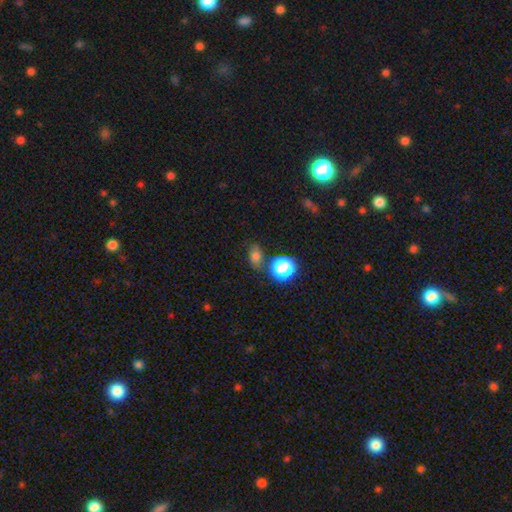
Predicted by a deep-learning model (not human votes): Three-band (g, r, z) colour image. It shows a smooth galaxy with no disk features (72%) that is in between round and cigar-shaped (59%). Merging: none (67%).